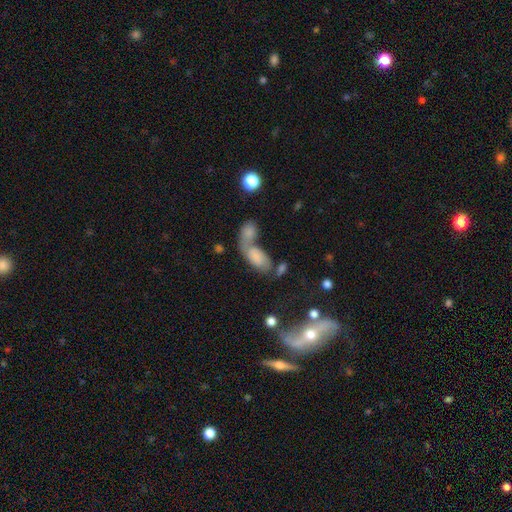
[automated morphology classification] This is possibly a smooth galaxy (58%). How rounded: clearly in between (88%). Merging: possibly merger (60%).